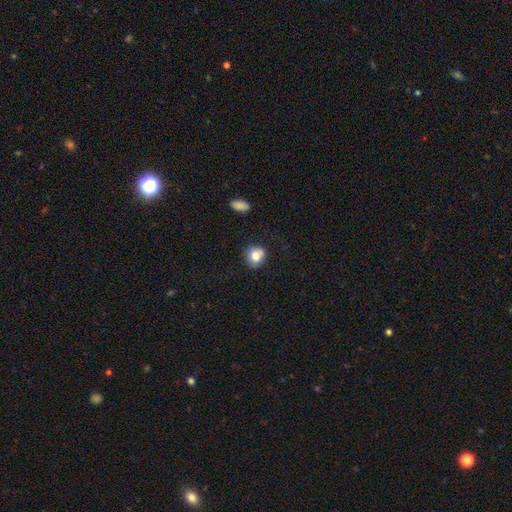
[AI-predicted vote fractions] Smooth or featured?
  - smooth: 80% *
  - featured or disk: 11%
  - star or artifact: 10%
How rounded?
  - round: 80% *
  - in between: 19%
  - cigar-shaped: 1%
Merging?
  - none: 70% *
  - minor disturbance: 18%
  - merger: 7%
  - major disturbance: 4%